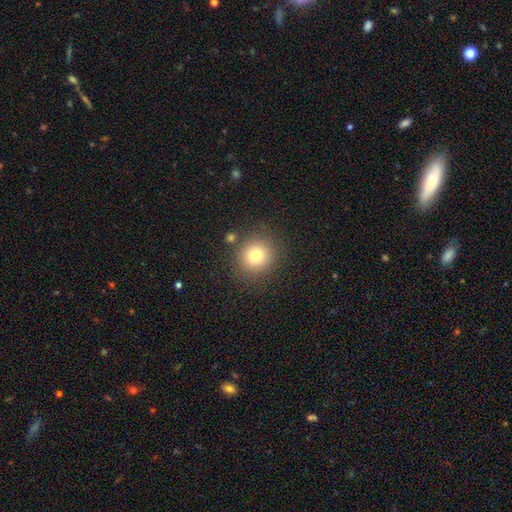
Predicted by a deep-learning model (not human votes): Overall: smooth (77%). How rounded: round (90%). Merging: none (84%).